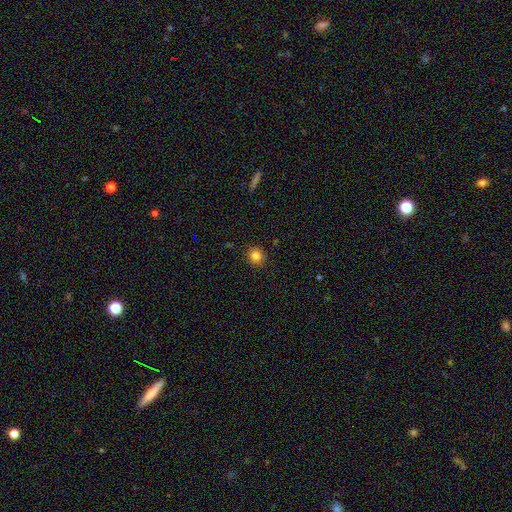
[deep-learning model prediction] Smooth or featured? Predicted: smooth (p=0.83). How rounded? Predicted: round (p=0.90). Merging? Predicted: none (p=0.91).